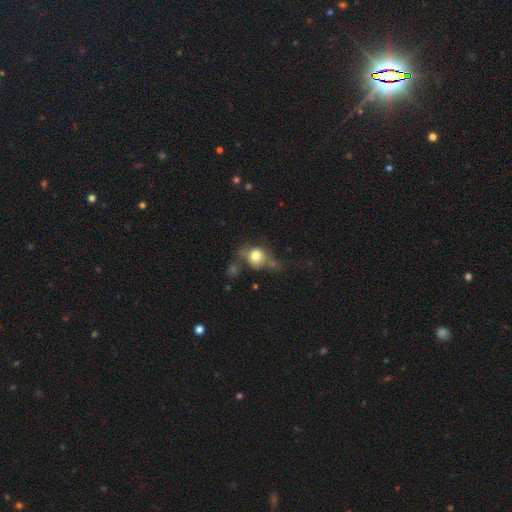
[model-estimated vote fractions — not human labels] smooth 69%, featured or disk 20%, star or artifact 11%. Down the decision tree: how rounded — round (69%); merging — none (43%).